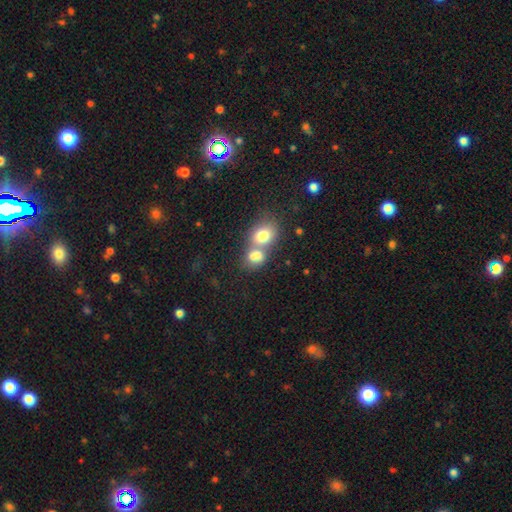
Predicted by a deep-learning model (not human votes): This appears to be a smooth galaxy with no disk features (75%) that is in between round and cigar-shaped (52%). Merging: merger (68%).